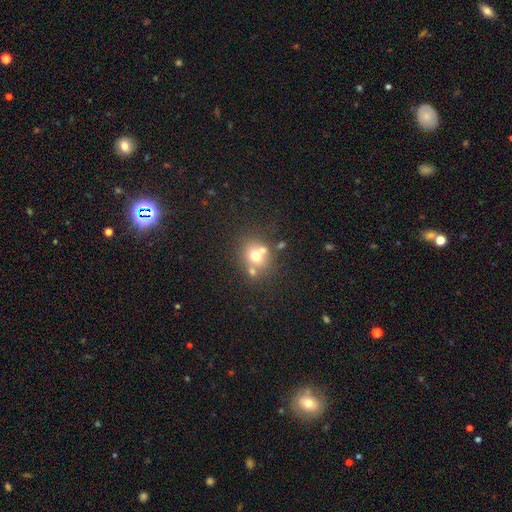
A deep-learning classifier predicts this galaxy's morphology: smooth-or-featured: smooth: 64% | featured or disk: 21% | star or artifact: 15%
  how-rounded: round: 76% | in between: 23% | cigar-shaped: 1%
  merging: none: 53% | merger: 31% | minor disturbance: 11% | major disturbance: 5%